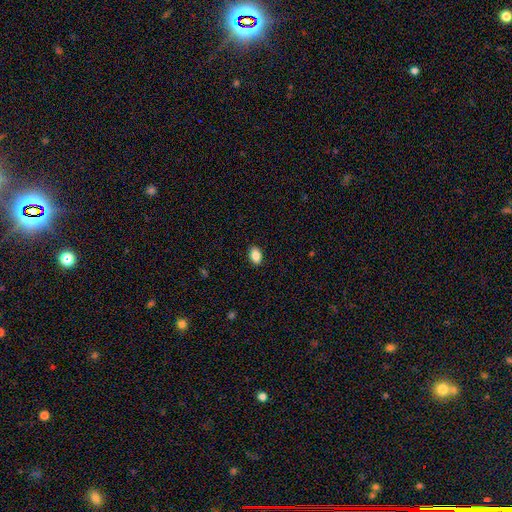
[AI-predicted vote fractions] Smooth or featured?
  - smooth: 87% *
  - star or artifact: 8%
  - featured or disk: 5%
How rounded?
  - in between: 86% *
  - round: 12%
  - cigar-shaped: 1%
Merging?
  - none: 88% *
  - minor disturbance: 9%
  - major disturbance: 2%
  - merger: 1%